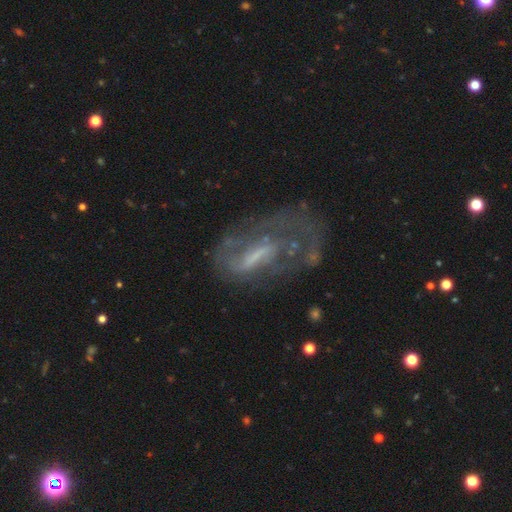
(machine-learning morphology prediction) smooth-or-featured: featured or disk: 69% | smooth: 20% | star or artifact: 10%
  disk-edge-on: no: 92% | yes: 8%
    bar: weak: 38% | strong: 33% | no: 29%
    has-spiral-arms: yes: 59% | no: 41%
    bulge-size: none: 37% | small: 31% | moderate: 26% | large: 5% | dominant: 1%
  merging: major disturbance: 39% | none: 37% | minor disturbance: 20% | merger: 5%